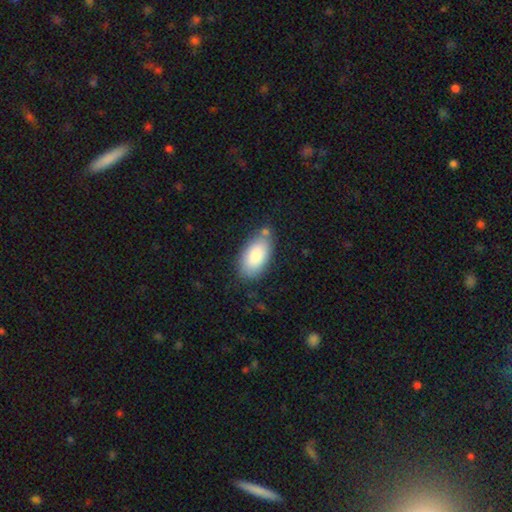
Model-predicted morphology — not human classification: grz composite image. It shows a smooth galaxy with no disk features (84%) that is in between round and cigar-shaped (94%). Merging: none (69%).